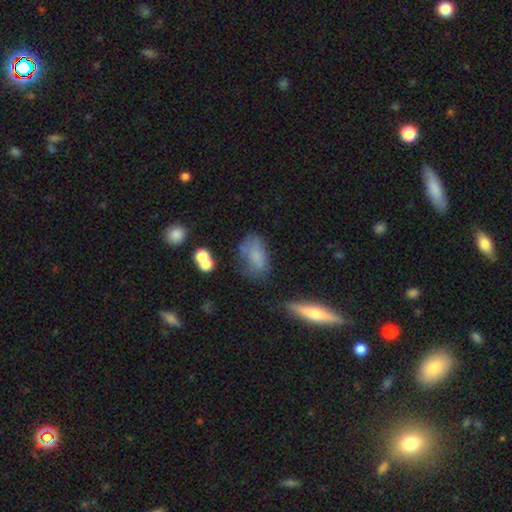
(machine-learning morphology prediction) Q: Smooth or featured?
A: smooth (67%); runner-up: featured or disk (22%)
Q: How rounded?
A: in between (87%); runner-up: round (8%)
Q: Merging?
A: none (44%); runner-up: minor disturbance (31%)